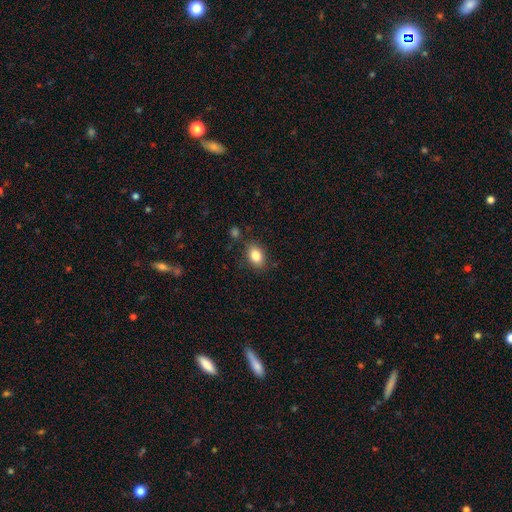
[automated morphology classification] Smooth or featured? Predicted: smooth (p=0.84). How rounded? Predicted: in between (p=0.79). Merging? Predicted: none (p=0.82).